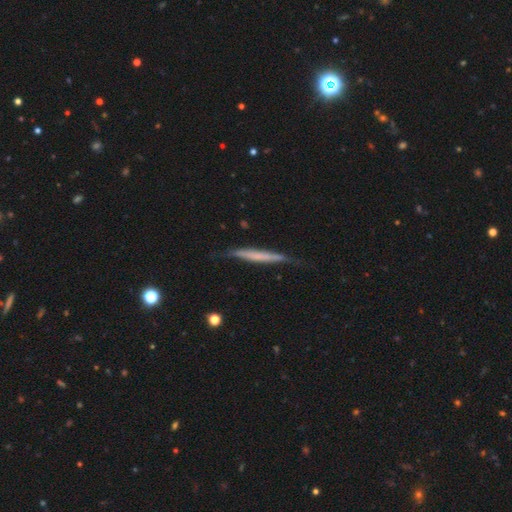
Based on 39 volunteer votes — smooth-or-featured: smooth: 62% | featured or disk: 36% | star or artifact: 3%
  how-rounded: cigar-shaped: 92% | in between: 8% | round: 0%
  merging: none: 58% | minor disturbance: 34% | major disturbance: 5% | merger: 3%